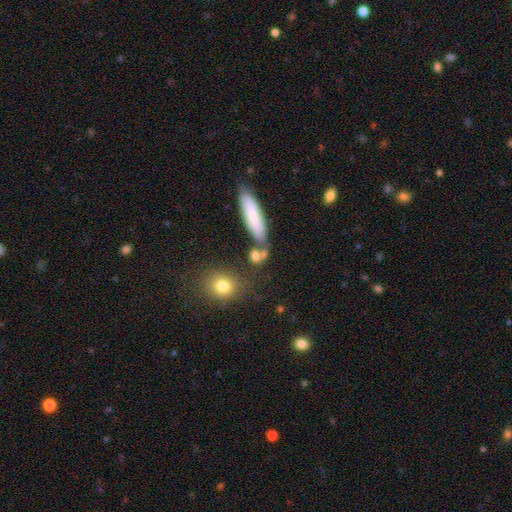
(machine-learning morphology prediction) The model was most divided on "how rounded": round: 38%, in between: 37%, cigar-shaped: 25%. More confident: smooth or featured — smooth (75%); merging — none (61%).